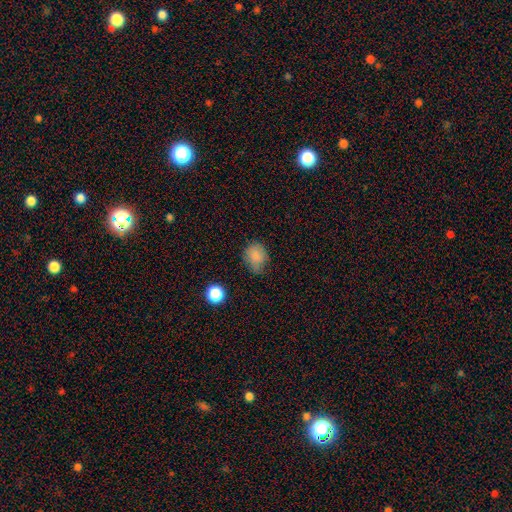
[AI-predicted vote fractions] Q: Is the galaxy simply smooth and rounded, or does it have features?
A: smooth — 82%.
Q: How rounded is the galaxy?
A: round — 53%.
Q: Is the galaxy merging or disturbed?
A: none — 54%.